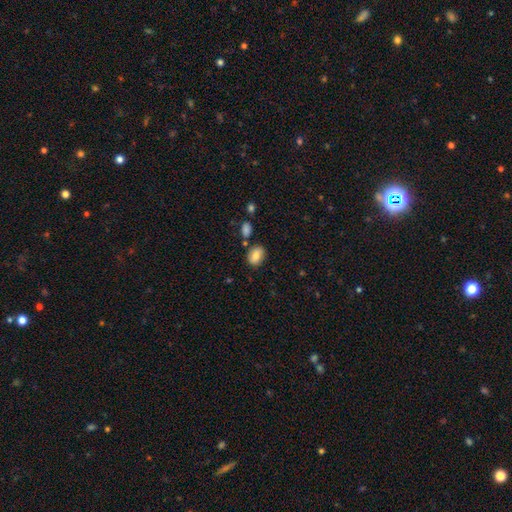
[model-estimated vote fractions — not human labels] Smooth or featured? smooth (82%)
How rounded? in between (76%)
Merging? none (75%)